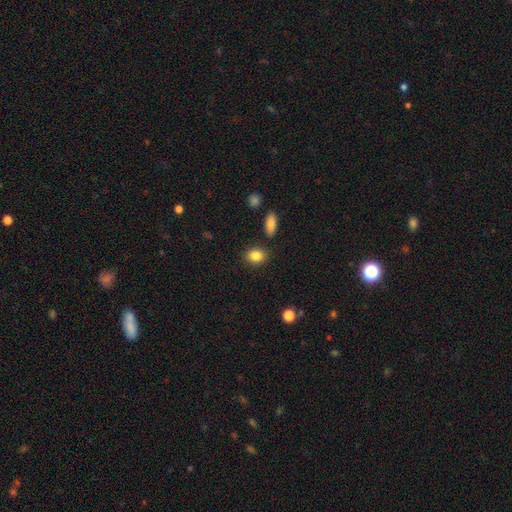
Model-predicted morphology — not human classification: Smooth or featured? smooth (86%)
How rounded? in between (56%)
Merging? none (86%)